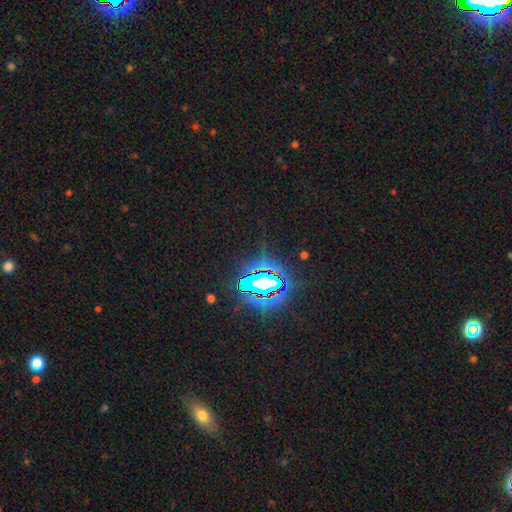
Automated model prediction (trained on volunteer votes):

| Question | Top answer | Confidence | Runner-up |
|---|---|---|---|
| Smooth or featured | star or artifact | 83% | smooth (10%) |